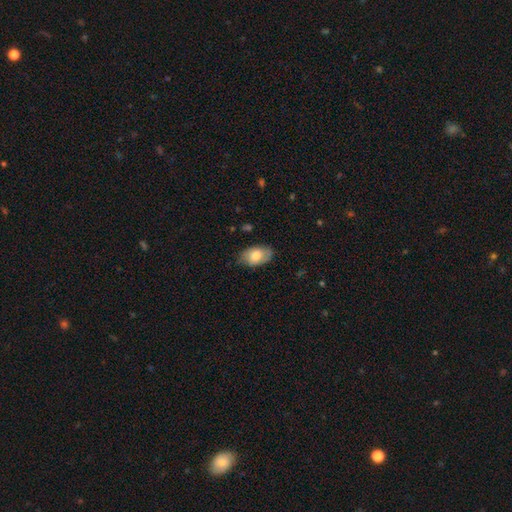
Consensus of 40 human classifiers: smooth-or-featured: smooth: 65% | featured or disk: 28% | star or artifact: 8%
  how-rounded: in between: 88% | round: 12% | cigar-shaped: 0%
  merging: none: 78% | minor disturbance: 19% | major disturbance: 3% | merger: 0%